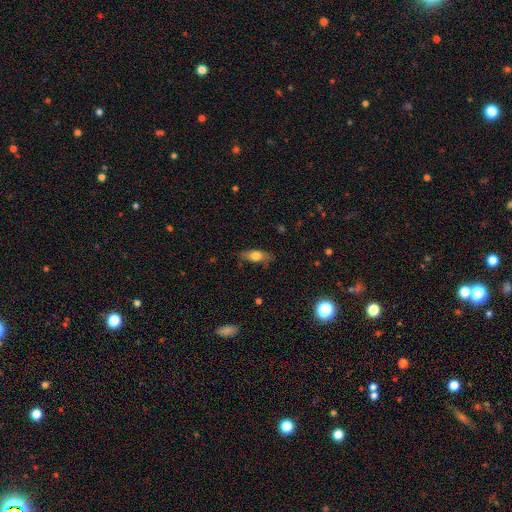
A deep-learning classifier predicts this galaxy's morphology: This appears to be a smooth galaxy with no disk features (69%) that is in between round and cigar-shaped (71%). Merging: none (79%).